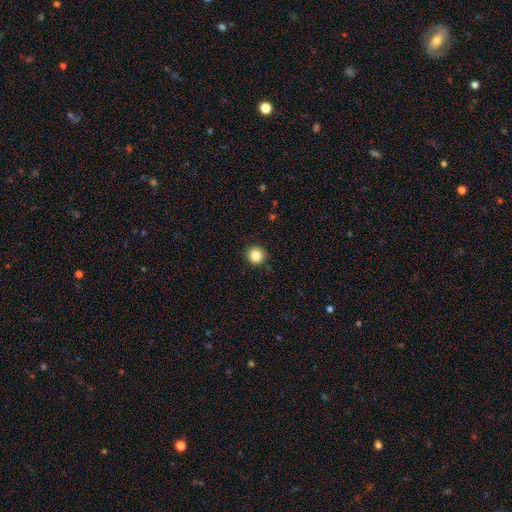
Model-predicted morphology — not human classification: Smooth or featured? Predicted: smooth (p=0.86). How rounded? Predicted: round (p=0.94). Merging? Predicted: none (p=0.91).